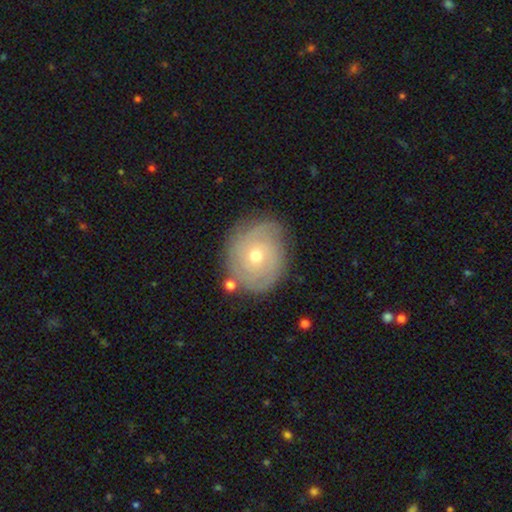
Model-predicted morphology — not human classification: type=featured or disk (79%); edge-on=no (97%); bar=no (80%); spiral arms=yes (93%); winding=tight (79%); arm count=can't tell (32%); bulge=small (56%); merging=none (79%).